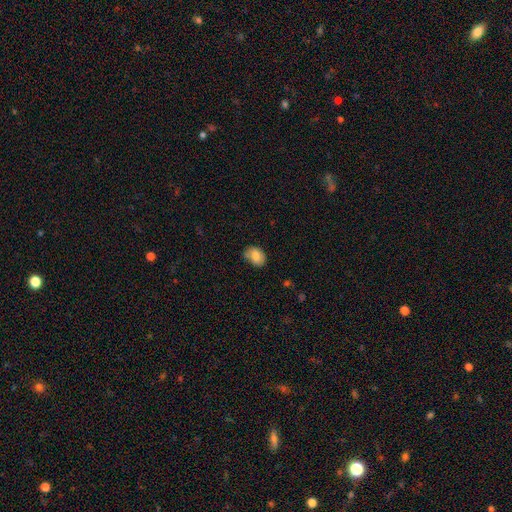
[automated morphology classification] Smooth or featured?
  - smooth: 79% *
  - featured or disk: 12%
  - star or artifact: 8%
How rounded?
  - in between: 69% *
  - round: 30%
  - cigar-shaped: 1%
Merging?
  - none: 63% *
  - minor disturbance: 26%
  - merger: 6%
  - major disturbance: 5%